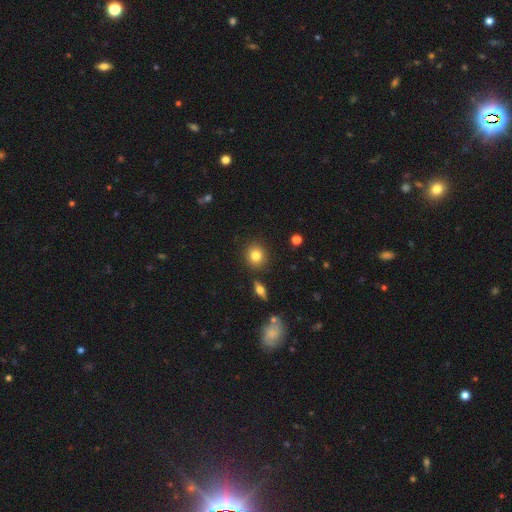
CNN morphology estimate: Smooth or featured? smooth (82%)
How rounded? round (82%)
Merging? none (86%)